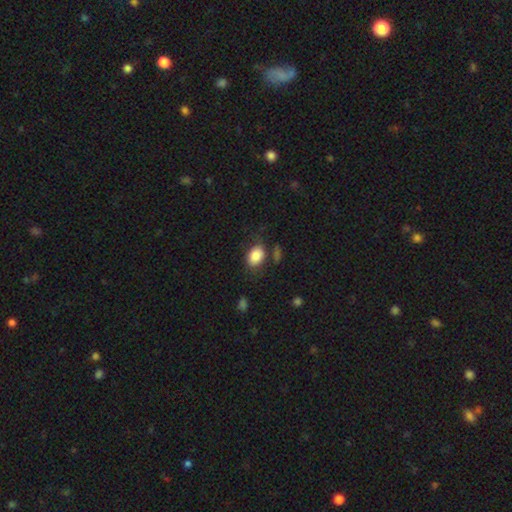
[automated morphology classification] Smooth or featured: smooth — 85% (star or artifact — 8%)
How rounded: in between — 78% (round — 21%)
Merging: none — 69% (minor disturbance — 19%)